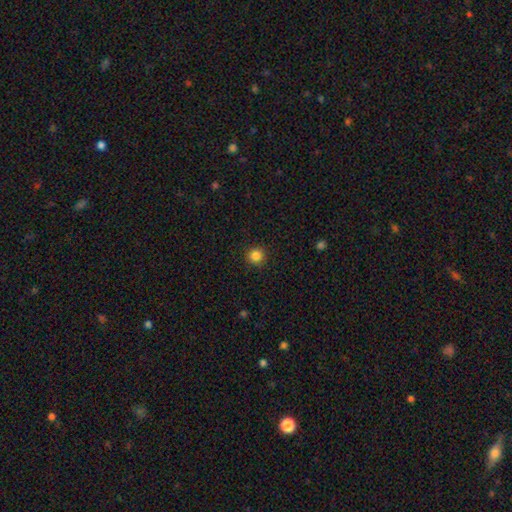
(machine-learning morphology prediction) type=smooth (85%); roundness=round (95%); merging=none (92%).